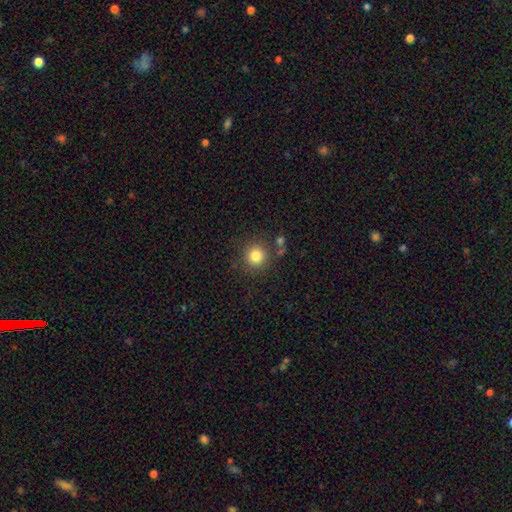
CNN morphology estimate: Smooth or featured? Predicted: smooth (p=0.82). How rounded? Predicted: round (p=0.93). Merging? Predicted: none (p=0.80).